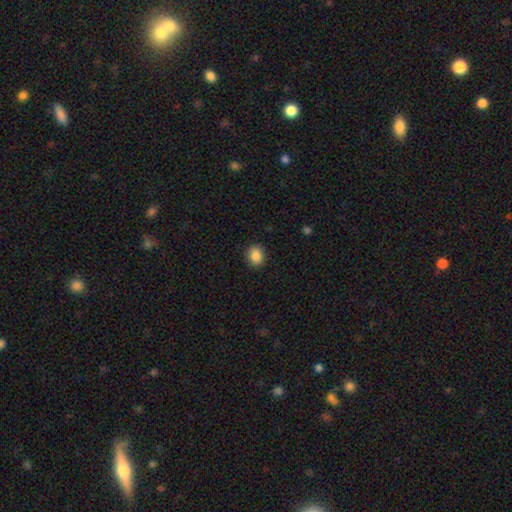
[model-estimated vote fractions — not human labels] Smooth or featured? Predicted: smooth (p=0.87). How rounded? Predicted: round (p=0.60). Merging? Predicted: none (p=0.89).